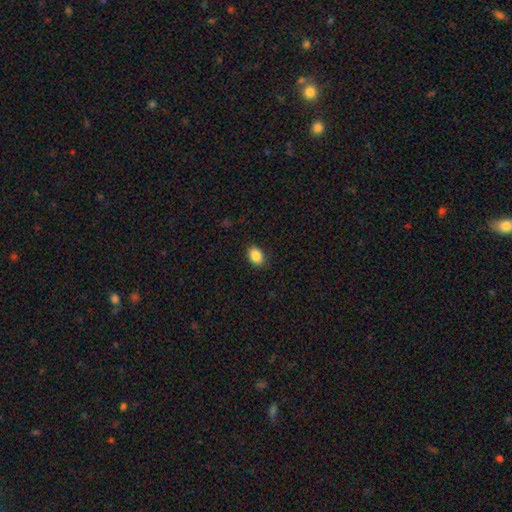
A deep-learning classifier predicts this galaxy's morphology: smooth-or-featured: smooth: 87% | star or artifact: 8% | featured or disk: 5%
  how-rounded: in between: 80% | round: 19% | cigar-shaped: 1%
  merging: none: 88% | minor disturbance: 9% | major disturbance: 2% | merger: 1%